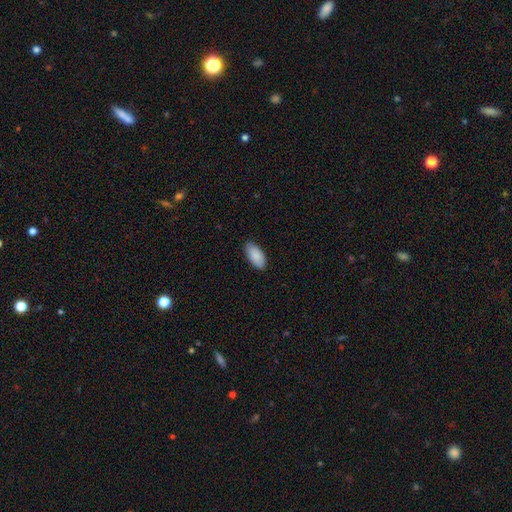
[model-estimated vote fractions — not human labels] smooth_or_featured: smooth (p=0.89) [alt: star or artifact p=0.06]
how_rounded: in between (p=0.94) [alt: cigar-shaped p=0.05]
merging: none (p=0.86) [alt: minor disturbance p=0.11]